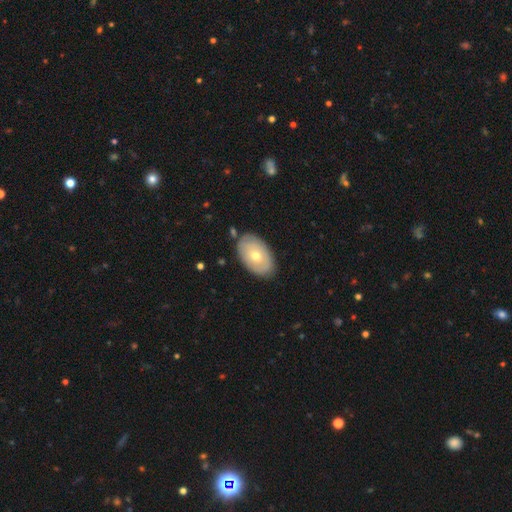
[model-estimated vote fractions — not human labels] A smooth galaxy with no disk features (57%) that is in between round and cigar-shaped (93%). Merging: none (83%).